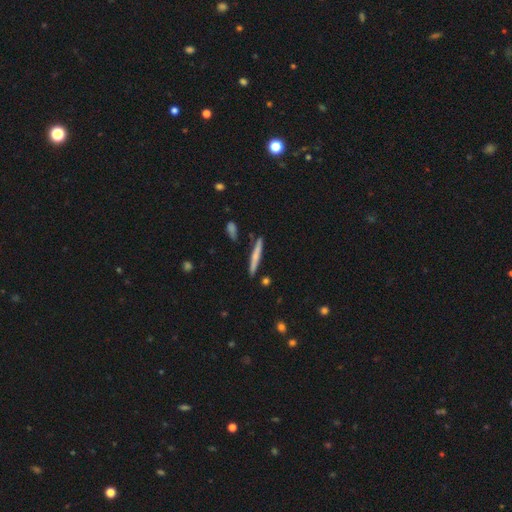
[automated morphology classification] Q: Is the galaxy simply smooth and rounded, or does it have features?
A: smooth — 58%.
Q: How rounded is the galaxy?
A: cigar-shaped — 94%.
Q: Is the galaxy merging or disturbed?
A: none — 85%.